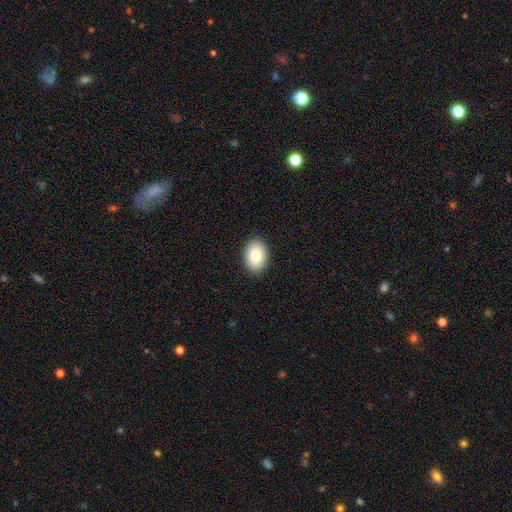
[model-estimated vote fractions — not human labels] The model was most divided on "how rounded": in between: 83%, round: 16%, cigar-shaped: 1%. More confident: merging — none (90%); smooth or featured — smooth (81%).